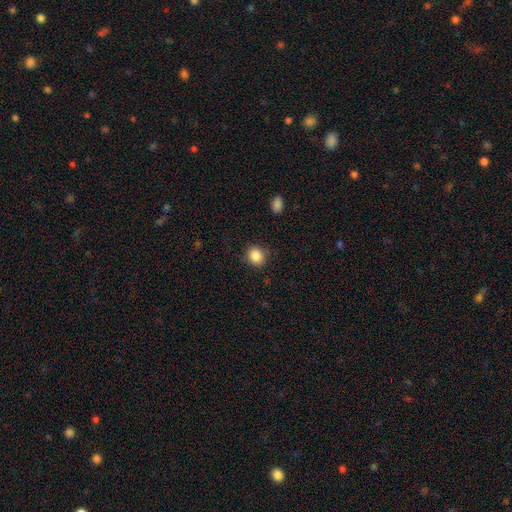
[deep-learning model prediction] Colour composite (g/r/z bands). It shows a smooth galaxy with no disk features (87%) that is round (82%). Merging: none (87%).